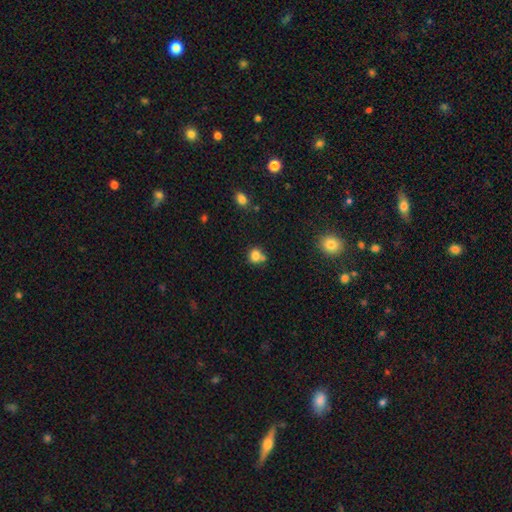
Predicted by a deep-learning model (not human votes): Smooth or featured? smooth (80%)
How rounded? round (79%)
Merging? none (57%)